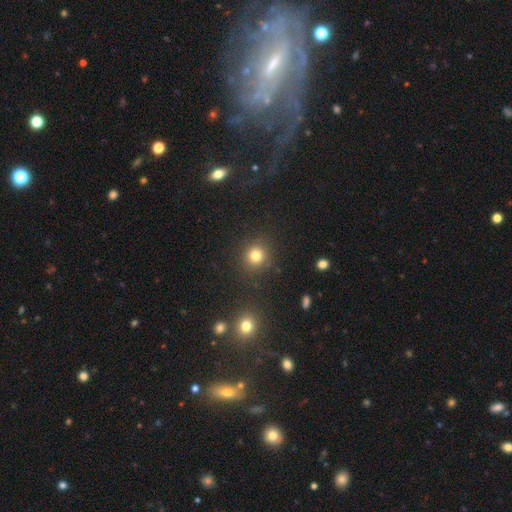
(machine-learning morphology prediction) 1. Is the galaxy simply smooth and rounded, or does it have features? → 80% smooth, 15% star or artifact, 6% featured or disk.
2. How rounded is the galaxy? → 89% round, 10% in between, 1% cigar-shaped.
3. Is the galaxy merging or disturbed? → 86% none, 8% minor disturbance, 3% major disturbance, 3% merger.